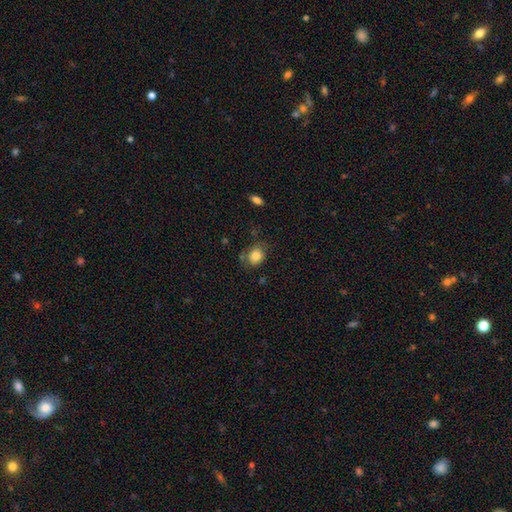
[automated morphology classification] Q: Smooth or featured?
A: smooth (83%); runner-up: star or artifact (9%)
Q: How rounded?
A: round (53%); runner-up: in between (46%)
Q: Merging?
A: none (65%); runner-up: minor disturbance (23%)